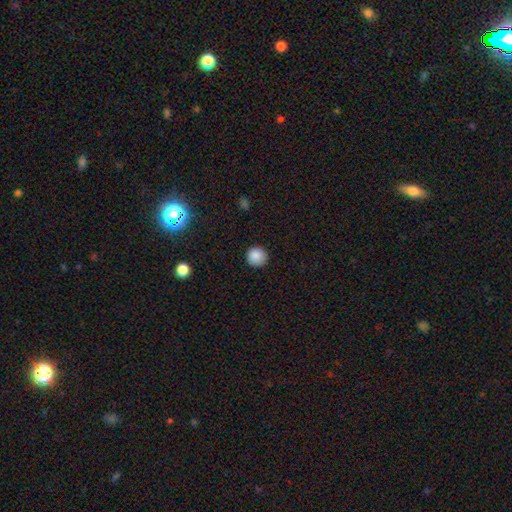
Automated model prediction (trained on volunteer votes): Smooth or featured? smooth (87%)
How rounded? round (95%)
Merging? none (90%)